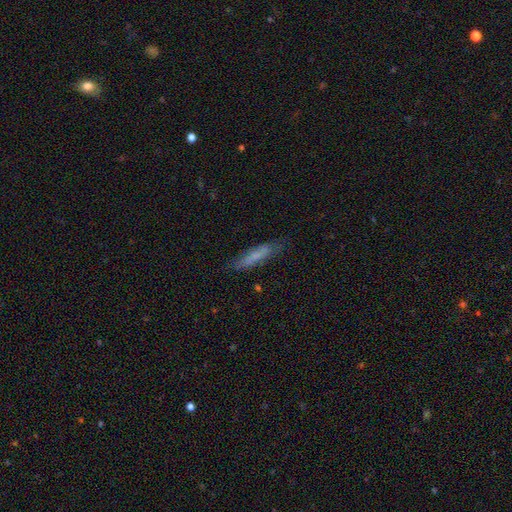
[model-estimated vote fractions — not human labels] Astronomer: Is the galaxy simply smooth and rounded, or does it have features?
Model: smooth — 61%.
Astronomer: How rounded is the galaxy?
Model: cigar-shaped — 85%.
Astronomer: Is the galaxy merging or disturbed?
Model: none — 75%.